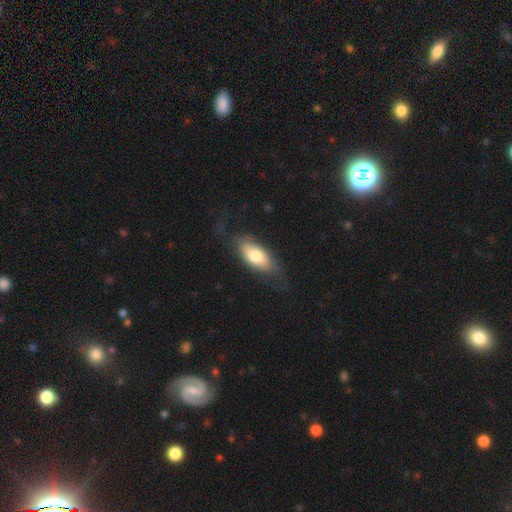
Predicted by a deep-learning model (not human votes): Q: Smooth or featured?
A: smooth (66%); runner-up: featured or disk (28%)
Q: How rounded?
A: in between (83%); runner-up: cigar-shaped (14%)
Q: Merging?
A: none (65%); runner-up: minor disturbance (21%)